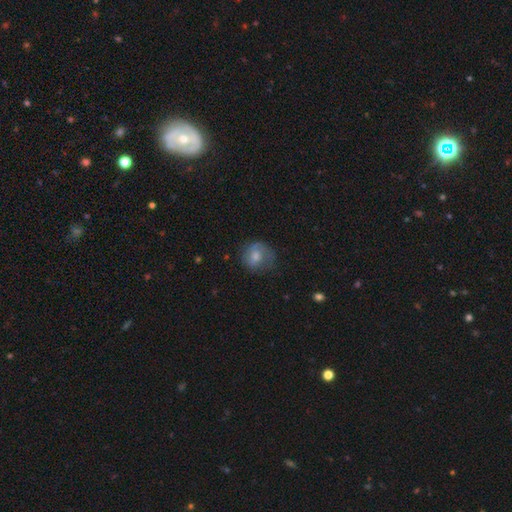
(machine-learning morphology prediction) A smooth galaxy with no disk features (66%) that is round (75%).

Vote fractions:
- Smooth or featured? smooth: 66% / featured or disk: 25% / star or artifact: 9%
- How rounded? round: 75% / in between: 24% / cigar-shaped: 1%
- Merging? none: 55% / minor disturbance: 26% / major disturbance: 17% / merger: 2%